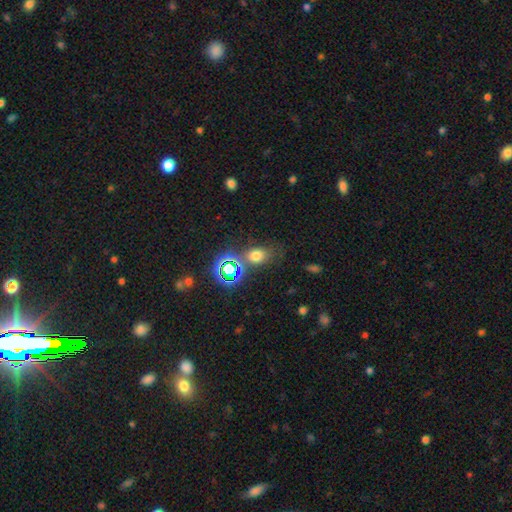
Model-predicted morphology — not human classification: type=smooth (64%); roundness=in between (55%); merging=none (63%).